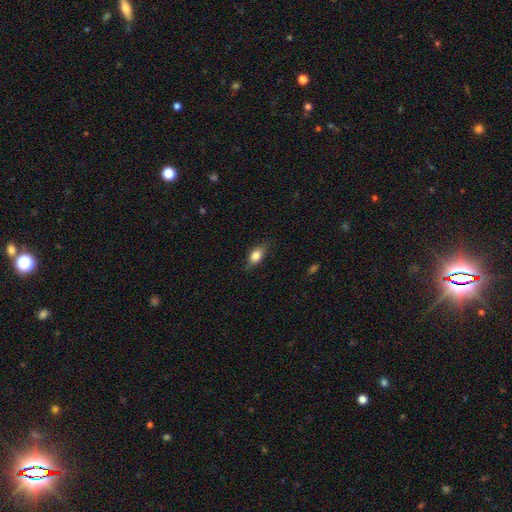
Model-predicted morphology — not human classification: Overall: smooth (78%). How rounded: in between (80%). Merging: none (77%).